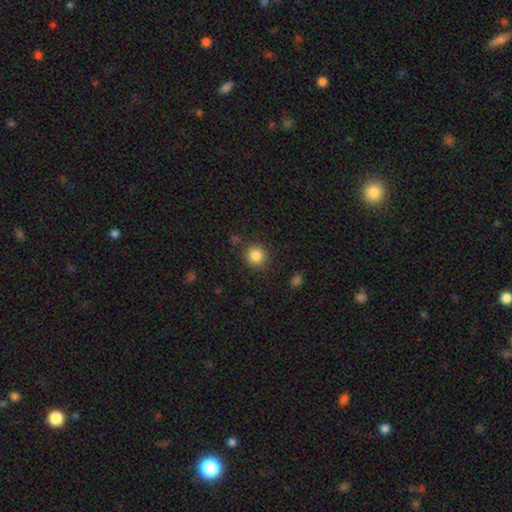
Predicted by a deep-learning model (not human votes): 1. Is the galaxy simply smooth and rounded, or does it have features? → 85% smooth, 11% star or artifact, 5% featured or disk.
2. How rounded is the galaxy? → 92% round, 7% in between, 1% cigar-shaped.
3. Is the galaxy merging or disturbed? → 86% none, 8% minor disturbance, 3% major disturbance, 2% merger.